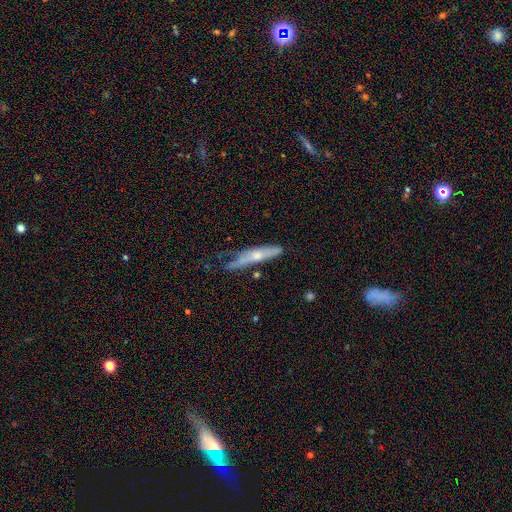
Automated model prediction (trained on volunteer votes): Smooth or featured? smooth (49%)
Merging? none (55%)